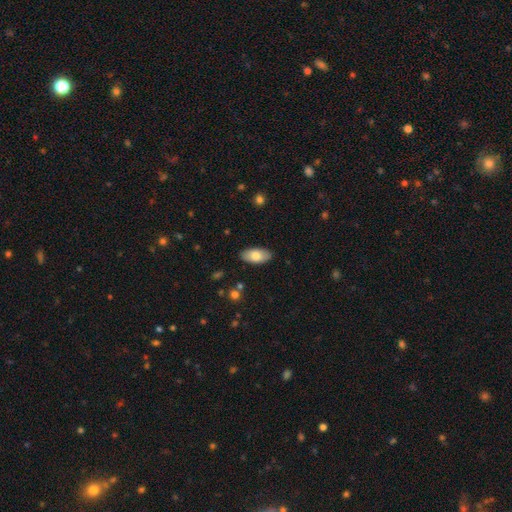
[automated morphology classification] A smooth galaxy with no disk features (78%) that is in between round and cigar-shaped (93%).

Vote fractions:
- Smooth or featured? smooth: 78% / featured or disk: 16% / star or artifact: 6%
- How rounded? in between: 93% / cigar-shaped: 5% / round: 2%
- Merging? none: 87% / minor disturbance: 10% / major disturbance: 2% / merger: 1%